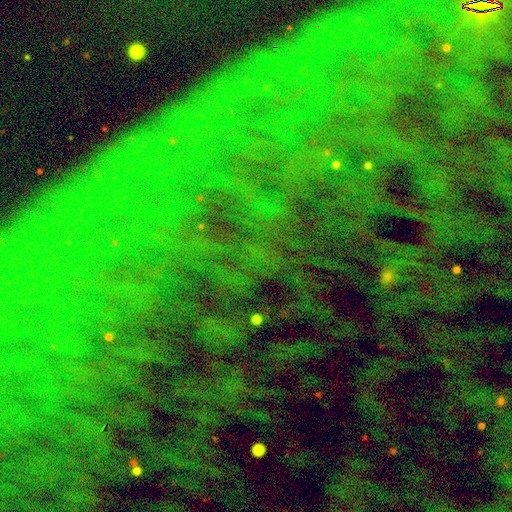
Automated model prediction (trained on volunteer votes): This appears to be a star or artifact, not a galaxy (82%).